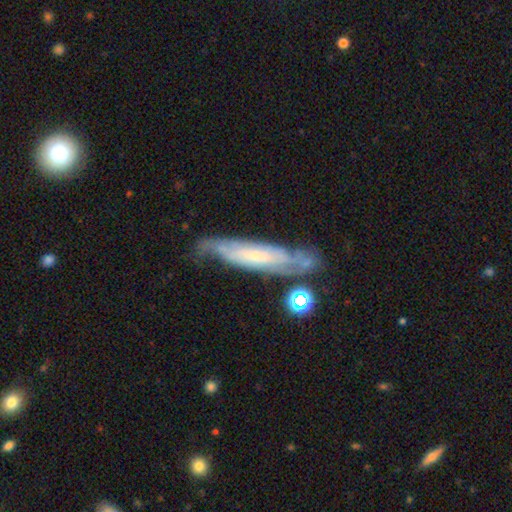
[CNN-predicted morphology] Smooth or featured: featured or disk — 70% (smooth — 23%)
Edge-on disk: no — 60% (yes — 40%)
Merging: none — 62% (minor disturbance — 23%)